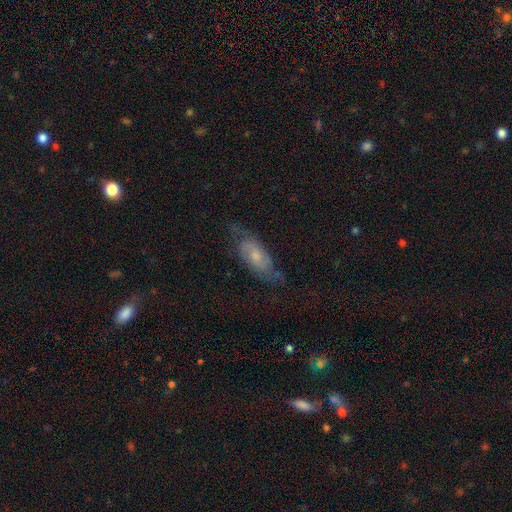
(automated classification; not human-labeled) Smooth or featured: featured or disk — 58% (smooth — 34%)
Edge-on disk: no — 84% (yes — 16%)
Merging: none — 62% (minor disturbance — 25%)